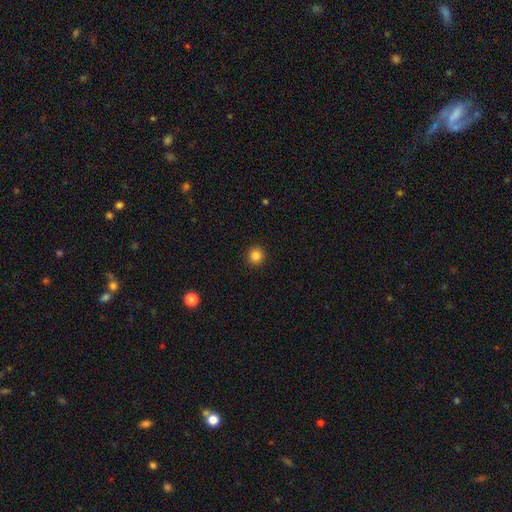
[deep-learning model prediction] Smooth or featured?
  - smooth: 85% *
  - star or artifact: 11%
  - featured or disk: 4%
How rounded?
  - round: 94% *
  - in between: 5%
  - cigar-shaped: 1%
Merging?
  - none: 93% *
  - minor disturbance: 4%
  - major disturbance: 2%
  - merger: 1%